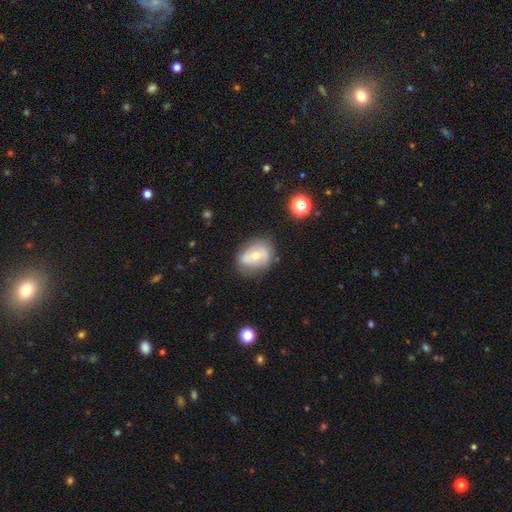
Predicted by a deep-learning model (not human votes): Q: Smooth or featured?
A: smooth (47%); runner-up: featured or disk (44%)
Q: Merging?
A: none (64%); runner-up: minor disturbance (25%)